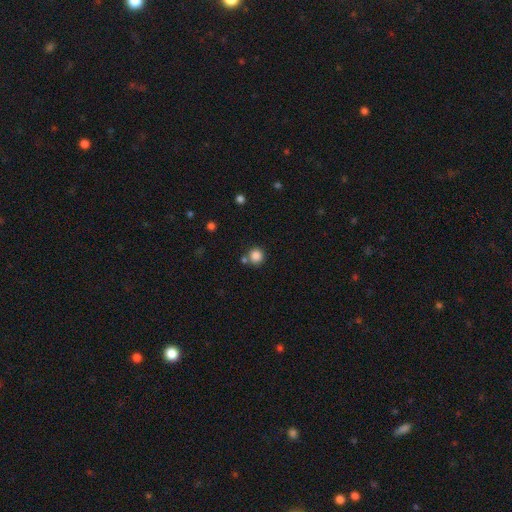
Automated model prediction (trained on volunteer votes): Smooth or featured: smooth — 85% (star or artifact — 11%)
How rounded: round — 92% (in between — 7%)
Merging: none — 73% (merger — 15%)